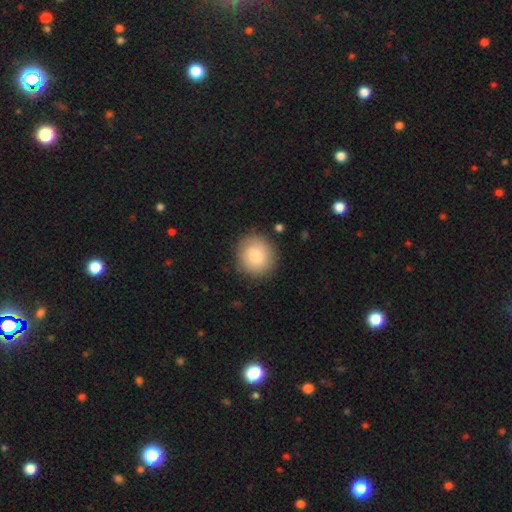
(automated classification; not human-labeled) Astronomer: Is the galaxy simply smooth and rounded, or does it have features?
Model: smooth — 80%.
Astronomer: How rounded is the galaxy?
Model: round — 90%.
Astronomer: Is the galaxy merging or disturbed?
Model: none — 86%.